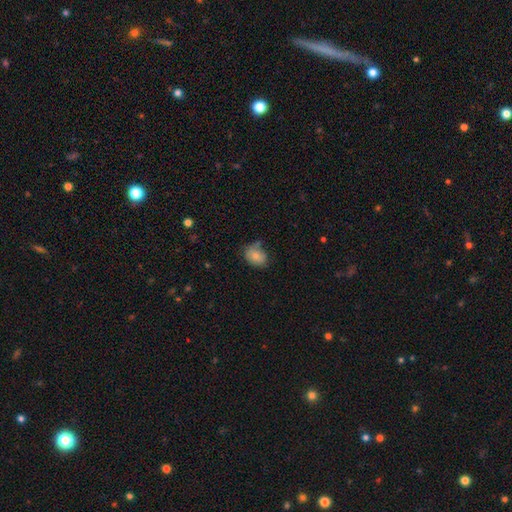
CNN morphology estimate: A smooth galaxy with no disk features (78%) that is in between round and cigar-shaped (66%).

Vote fractions:
- Smooth or featured? smooth: 78% / featured or disk: 14% / star or artifact: 8%
- How rounded? in between: 66% / round: 33% / cigar-shaped: 1%
- Merging? none: 62% / minor disturbance: 26% / merger: 6% / major disturbance: 6%